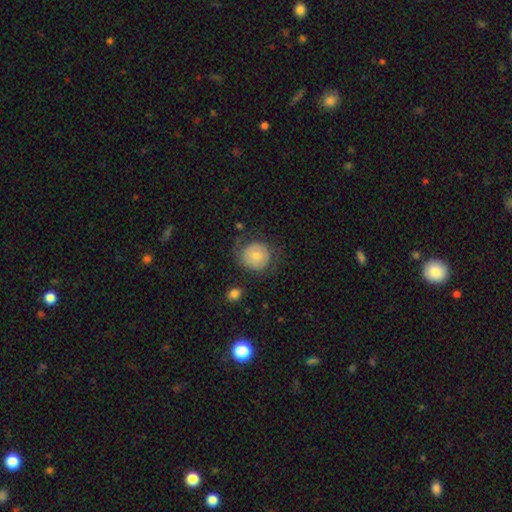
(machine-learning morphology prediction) The model was most divided on "smooth or featured": smooth: 59%, featured or disk: 34%, star or artifact: 7%. More confident: how rounded — round (89%); merging — none (63%).